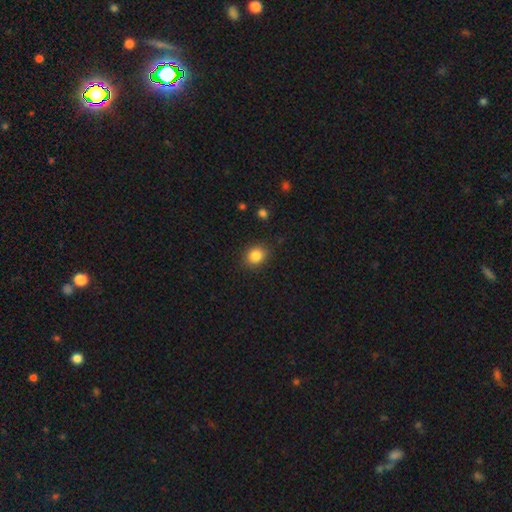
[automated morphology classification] This is clearly a smooth galaxy (85%). How rounded: likely round (63%). Merging: clearly none (85%).